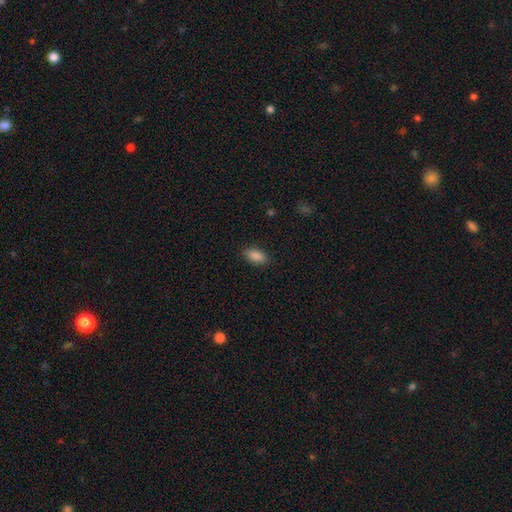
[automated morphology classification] Smooth or featured? Predicted: smooth (p=0.88). How rounded? Predicted: in between (p=0.91). Merging? Predicted: none (p=0.88).